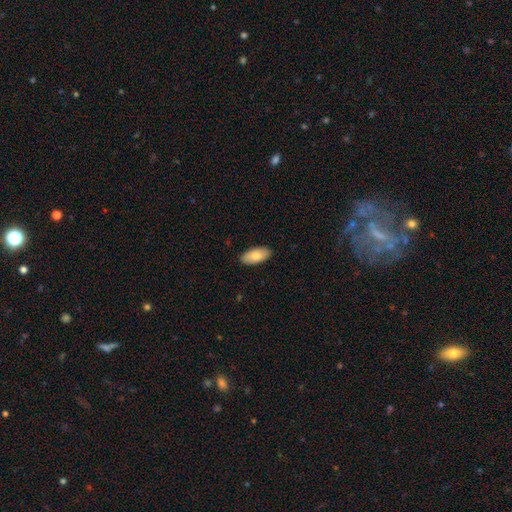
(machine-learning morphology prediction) Smooth or featured? smooth (81%)
How rounded? in between (92%)
Merging? none (90%)